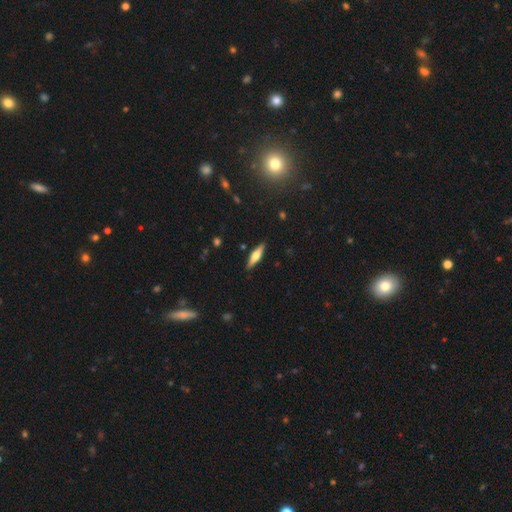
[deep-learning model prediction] A smooth galaxy with no disk features (48%). Merging: none (89%).